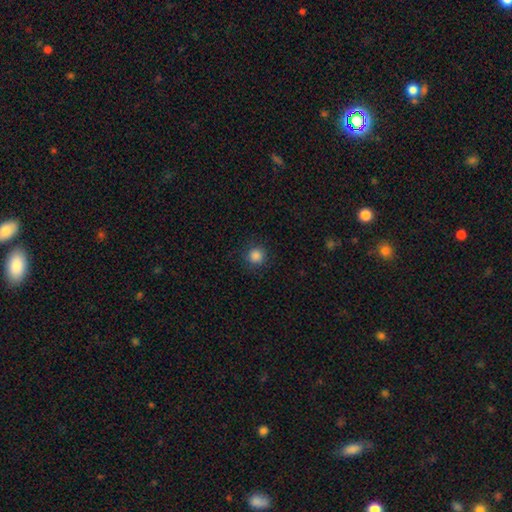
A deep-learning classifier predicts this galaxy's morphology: This is clearly a smooth galaxy (86%). How rounded: clearly round (94%). Merging: clearly none (90%).